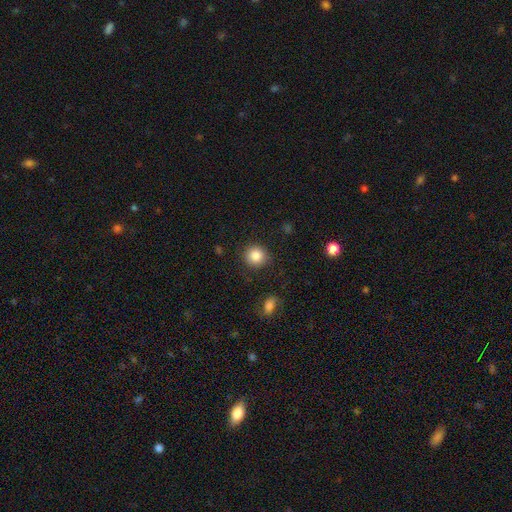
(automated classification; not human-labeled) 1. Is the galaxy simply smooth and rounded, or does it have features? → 86% smooth, 9% star or artifact, 4% featured or disk.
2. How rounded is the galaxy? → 92% round, 7% in between, 1% cigar-shaped.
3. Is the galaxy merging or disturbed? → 89% none, 7% minor disturbance, 3% major disturbance, 1% merger.